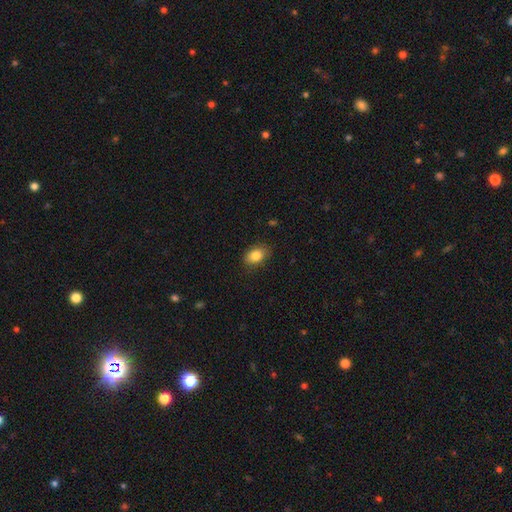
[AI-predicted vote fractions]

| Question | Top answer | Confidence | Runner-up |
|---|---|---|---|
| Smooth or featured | smooth | 84% | star or artifact (9%) |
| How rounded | in between | 79% | round (20%) |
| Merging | none | 83% | minor disturbance (13%) |